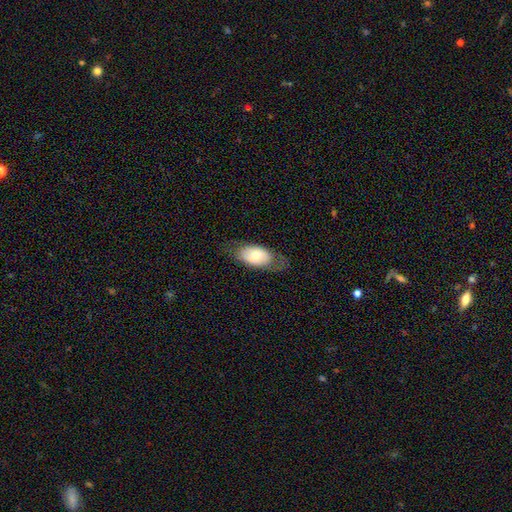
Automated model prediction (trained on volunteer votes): Smooth or featured? Predicted: smooth (p=0.64). How rounded? Predicted: in between (p=0.92). Merging? Predicted: none (p=0.61).